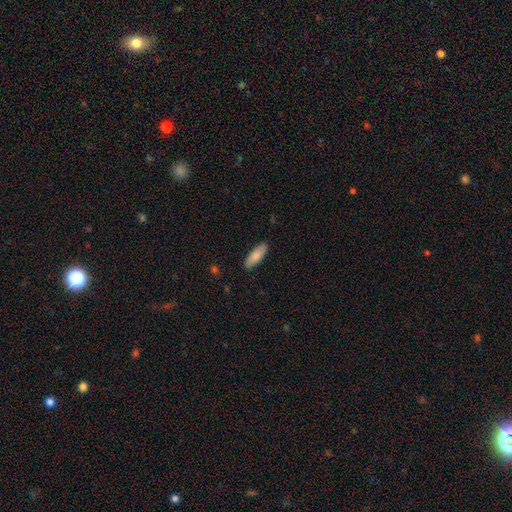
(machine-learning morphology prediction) type=smooth (84%); roundness=in between (57%); merging=none (89%).